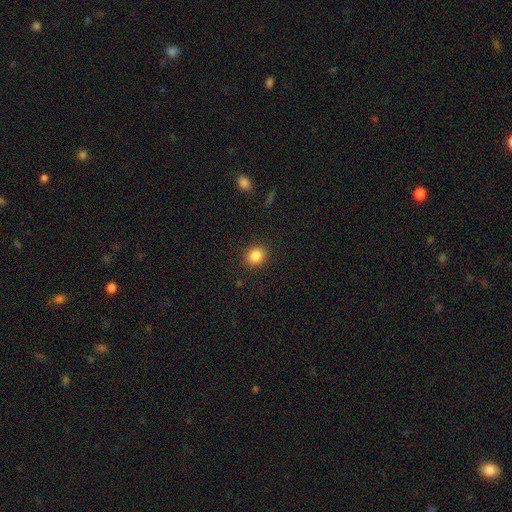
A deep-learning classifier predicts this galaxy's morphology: type=smooth (86%); roundness=round (70%); merging=none (89%).